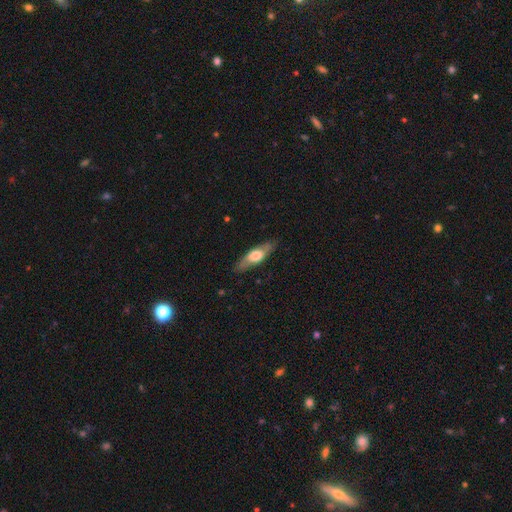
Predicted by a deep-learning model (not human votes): The model was most divided on "smooth or featured": smooth: 49%, featured or disk: 46%, star or artifact: 5%. More confident: merging — none (84%).